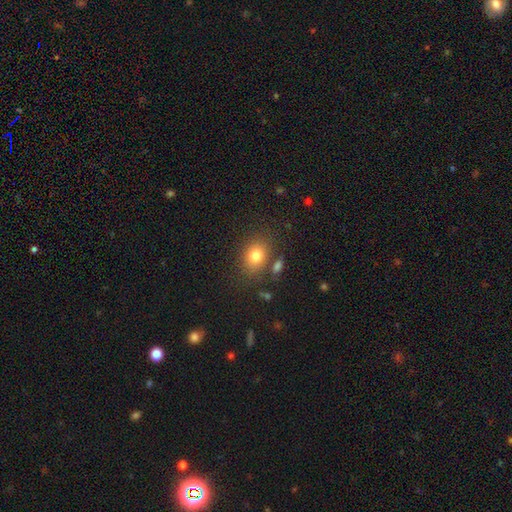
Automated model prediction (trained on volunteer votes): smooth_or_featured: smooth (p=0.81) [alt: star or artifact p=0.10]
how_rounded: in between (p=0.62) [alt: round p=0.36]
merging: none (p=0.74) [alt: minor disturbance p=0.13]